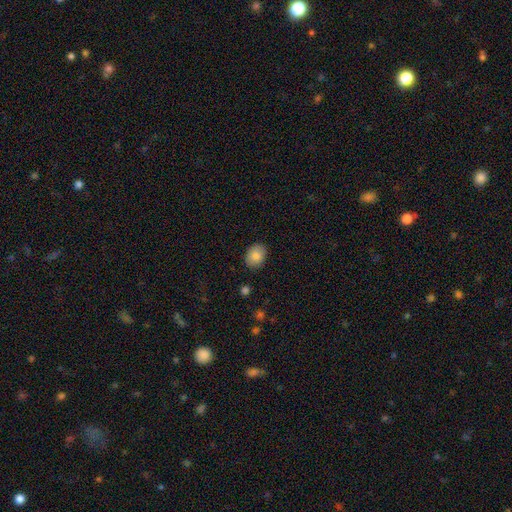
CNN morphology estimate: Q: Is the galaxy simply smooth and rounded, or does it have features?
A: smooth — 84%.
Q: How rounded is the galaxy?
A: in between — 60%.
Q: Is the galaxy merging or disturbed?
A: none — 87%.